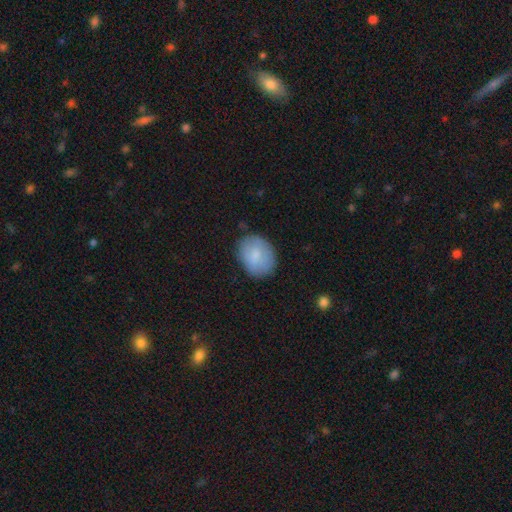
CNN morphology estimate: A smooth galaxy with no disk features (79%) that is in between round and cigar-shaped (59%).

Vote fractions:
- Smooth or featured? smooth: 79% / featured or disk: 14% / star or artifact: 7%
- How rounded? in between: 59% / round: 40% / cigar-shaped: 1%
- Merging? none: 79% / minor disturbance: 16% / major disturbance: 4% / merger: 1%